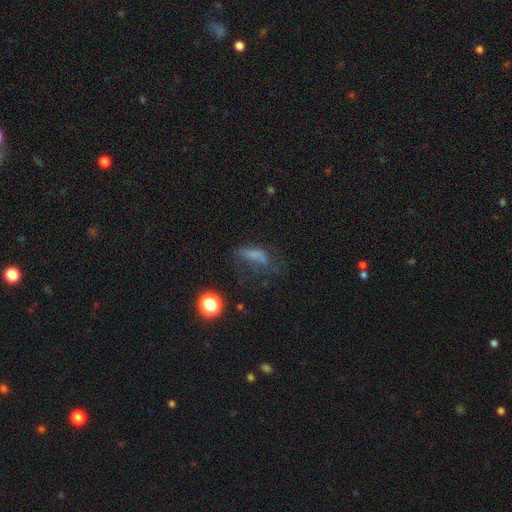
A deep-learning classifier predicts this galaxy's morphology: type=smooth (53%); roundness=in between (61%); merging=major disturbance (36%).